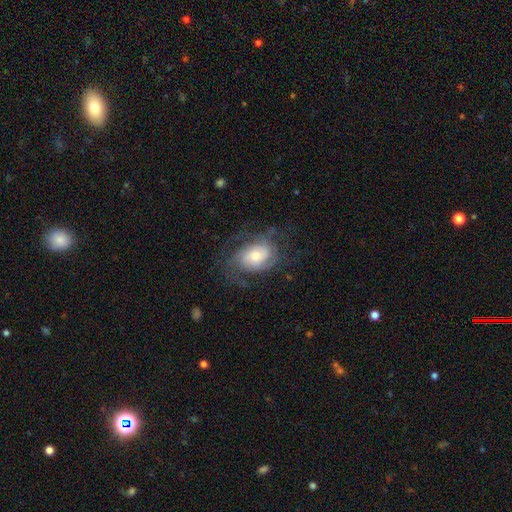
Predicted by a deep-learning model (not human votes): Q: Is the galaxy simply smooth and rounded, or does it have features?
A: featured or disk — 66%.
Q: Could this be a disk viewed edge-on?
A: no — 96%.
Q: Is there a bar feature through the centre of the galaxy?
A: no — 67%.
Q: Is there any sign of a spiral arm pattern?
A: yes — 86%.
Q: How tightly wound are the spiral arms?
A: tight — 46%.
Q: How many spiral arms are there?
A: can't tell — 41%.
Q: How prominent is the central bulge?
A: moderate — 47%.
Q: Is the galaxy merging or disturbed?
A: none — 61%.